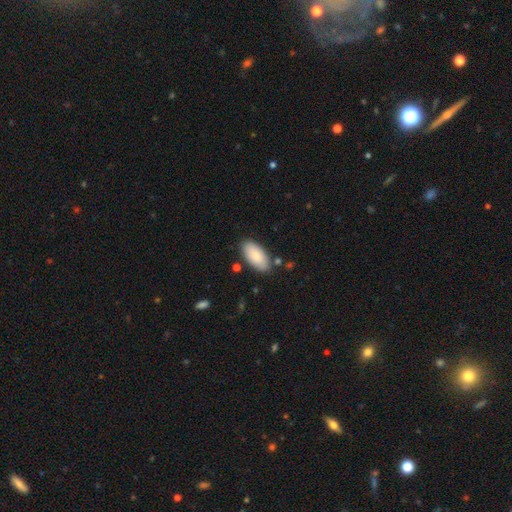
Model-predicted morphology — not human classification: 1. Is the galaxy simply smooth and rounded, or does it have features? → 82% smooth, 12% featured or disk, 6% star or artifact.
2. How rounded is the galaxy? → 93% in between, 5% cigar-shaped, 2% round.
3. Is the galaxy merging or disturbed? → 82% none, 12% minor disturbance, 3% merger, 3% major disturbance.